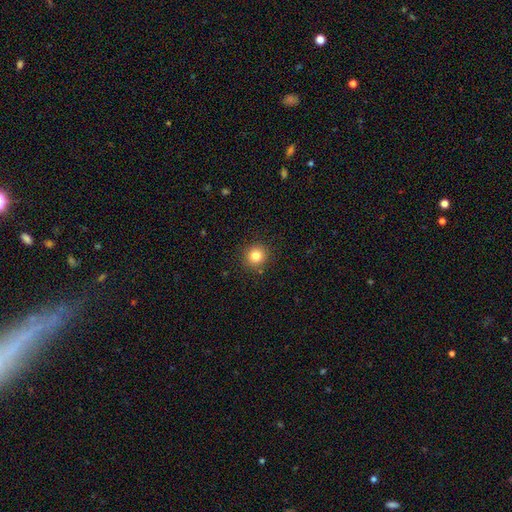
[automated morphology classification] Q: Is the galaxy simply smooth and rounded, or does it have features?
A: smooth — 82%.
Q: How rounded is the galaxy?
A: round — 92%.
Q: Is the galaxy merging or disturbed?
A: none — 89%.